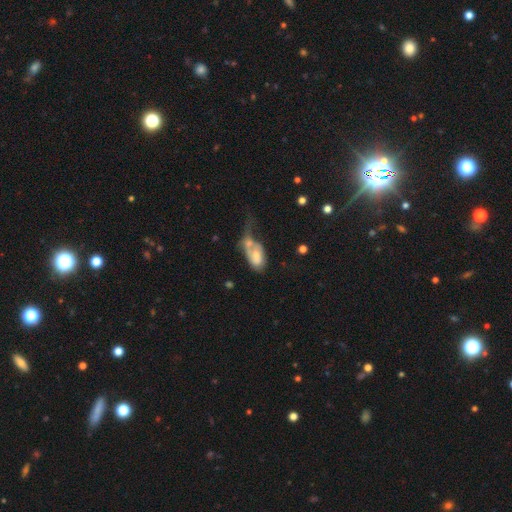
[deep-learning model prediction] Overall: smooth (56%; featured or disk 36%). How rounded: in between (89%). Merging: merger (47%; major disturbance 27%).